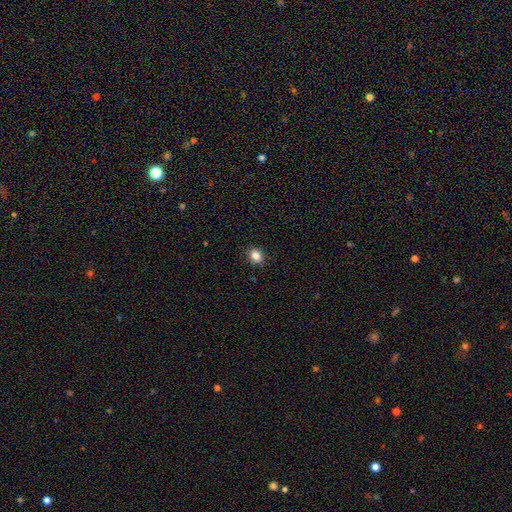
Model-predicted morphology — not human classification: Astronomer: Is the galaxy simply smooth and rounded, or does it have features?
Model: smooth — 84%.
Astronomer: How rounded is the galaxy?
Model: round — 53% (runner-up: in between, 46%).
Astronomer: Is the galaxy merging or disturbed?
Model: none — 88%.